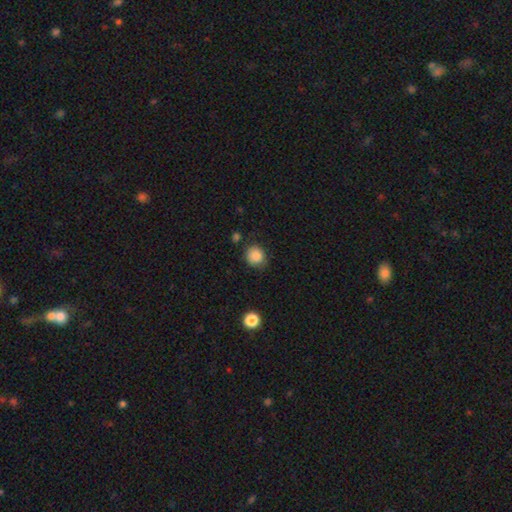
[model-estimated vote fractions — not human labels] smooth_or_featured: smooth (p=0.87) [alt: star or artifact p=0.10]
how_rounded: round (p=0.86) [alt: in between p=0.13]
merging: none (p=0.78) [alt: minor disturbance p=0.15]